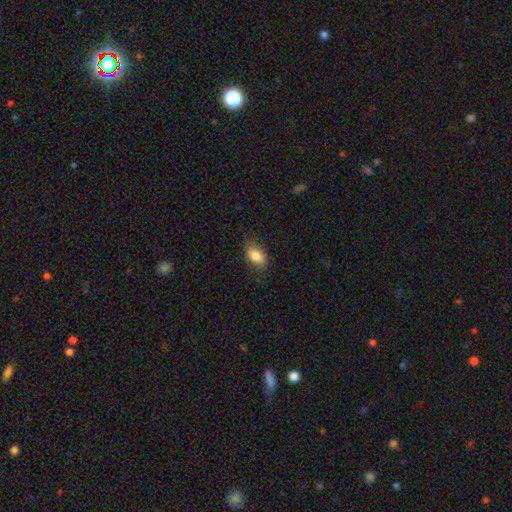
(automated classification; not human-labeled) Morphology: type=smooth (82%); roundness=in between (88%); merging=none (73%).